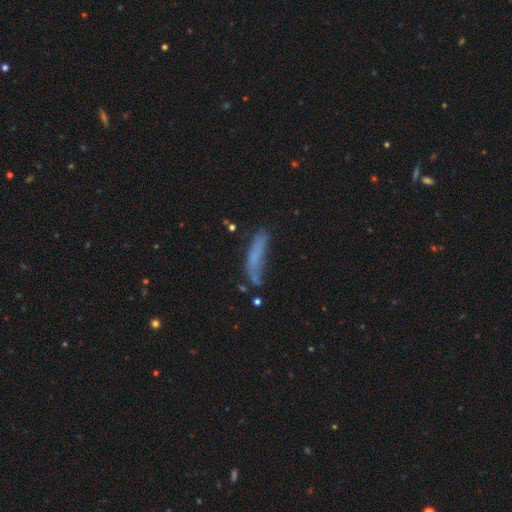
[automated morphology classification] type=smooth (66%); roundness=cigar-shaped (79%); merging=none (47%).